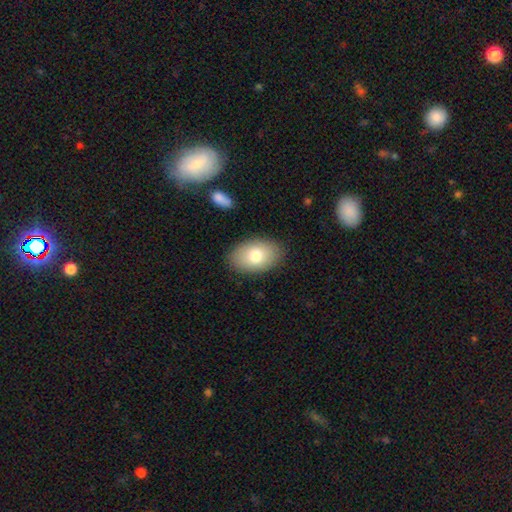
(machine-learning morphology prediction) smooth-or-featured: smooth: 77% | featured or disk: 15% | star or artifact: 7%
  how-rounded: in between: 90% | round: 9% | cigar-shaped: 1%
  merging: none: 86% | minor disturbance: 10% | major disturbance: 3% | merger: 1%